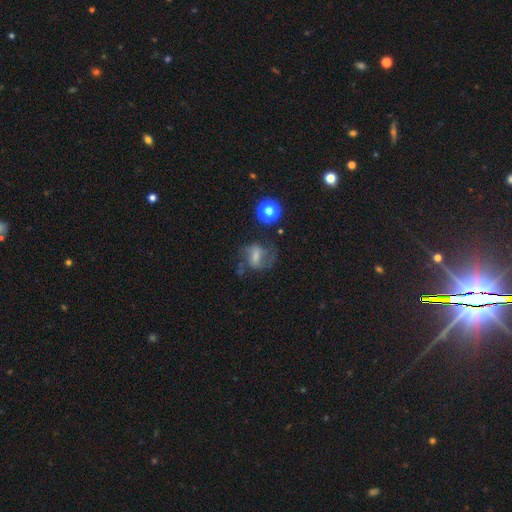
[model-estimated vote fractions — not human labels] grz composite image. It shows a featured or disk galaxy (49%). Merging: none (43%).